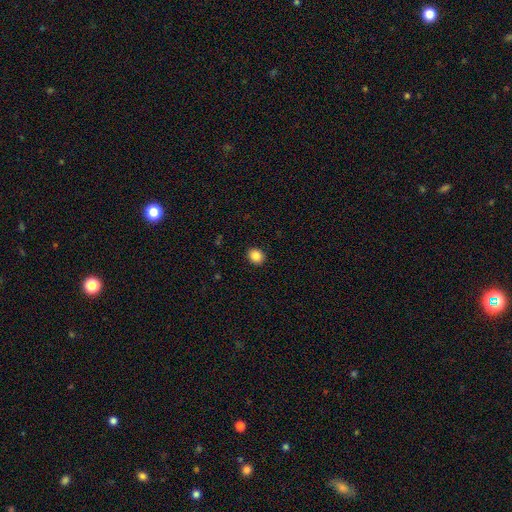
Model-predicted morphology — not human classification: The model was most divided on "how rounded": round: 68%, in between: 31%, cigar-shaped: 1%. More confident: merging — none (91%); smooth or featured — smooth (87%).